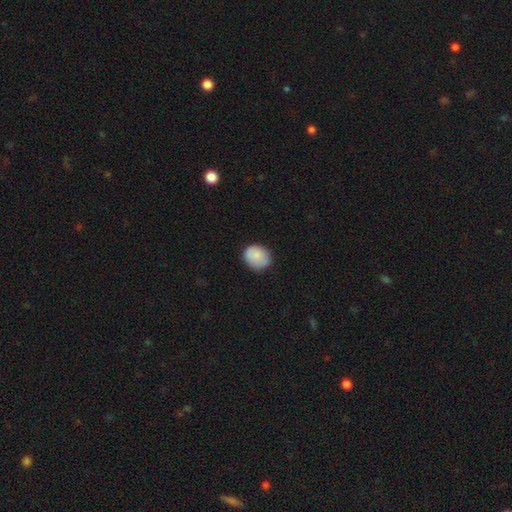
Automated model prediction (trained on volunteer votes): Smooth or featured?
  - smooth: 87% *
  - star or artifact: 7%
  - featured or disk: 6%
How rounded?
  - round: 62% *
  - in between: 37%
  - cigar-shaped: 1%
Merging?
  - none: 81% *
  - minor disturbance: 16%
  - major disturbance: 3%
  - merger: 1%